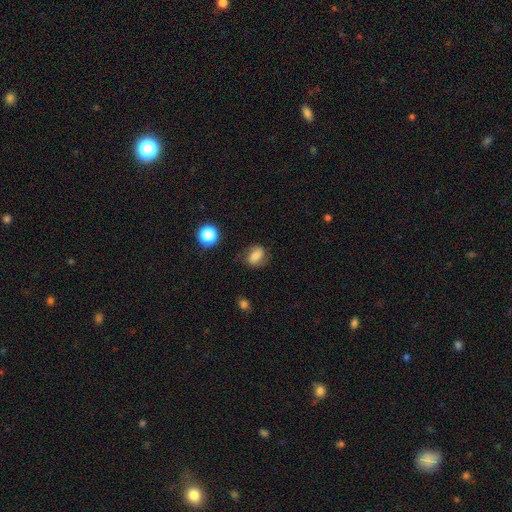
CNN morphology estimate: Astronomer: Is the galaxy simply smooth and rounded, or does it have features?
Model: smooth — 56%.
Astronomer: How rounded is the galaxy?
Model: in between — 57% (runner-up: round, 41%).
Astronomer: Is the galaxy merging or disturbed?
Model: none — 72%.